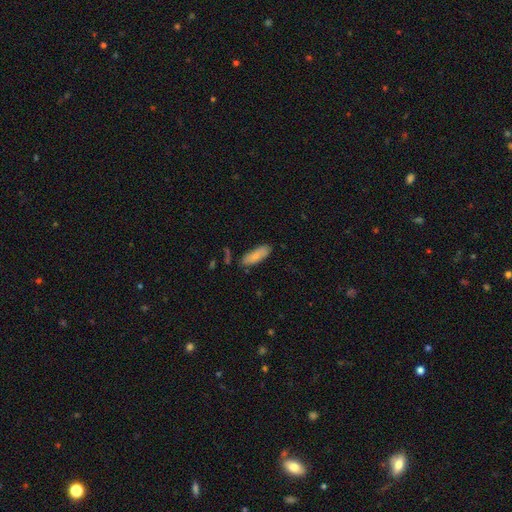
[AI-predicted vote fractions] The model was most divided on "how rounded": in between: 60%, cigar-shaped: 38%, round: 2%. More confident: smooth or featured — smooth (84%); merging — none (79%).